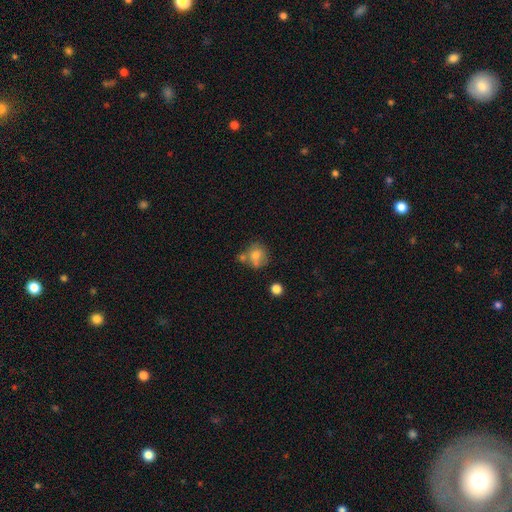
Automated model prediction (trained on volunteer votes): smooth 72%, featured or disk 17%, star or artifact 10%. Down the decision tree: how rounded — round (72%); merging — none (46%).